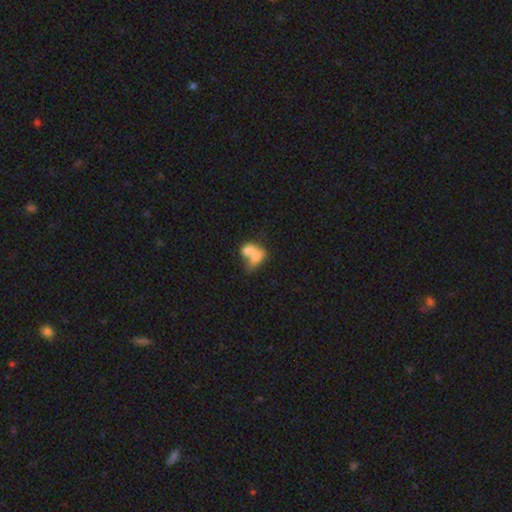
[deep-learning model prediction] This appears to be a smooth galaxy with no disk features (65%) that is in between round and cigar-shaped (78%). Merging: merger (71%).